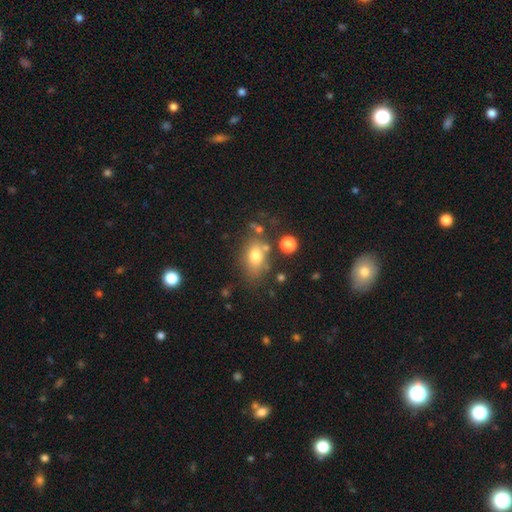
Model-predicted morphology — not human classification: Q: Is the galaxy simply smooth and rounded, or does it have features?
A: smooth — 74%.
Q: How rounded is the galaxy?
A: in between — 78%.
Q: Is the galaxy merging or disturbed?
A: none — 66%.